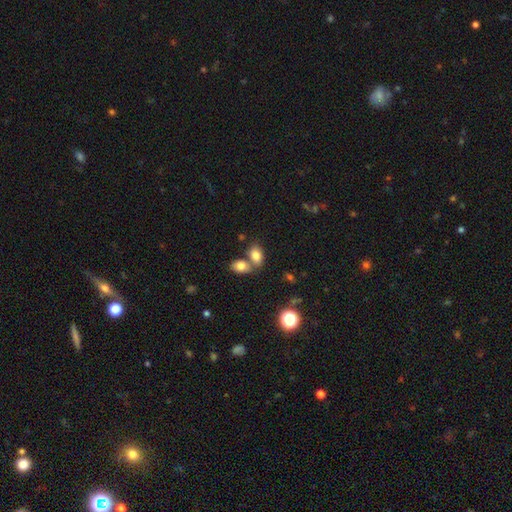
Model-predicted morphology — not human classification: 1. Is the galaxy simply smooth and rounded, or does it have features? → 80% smooth, 10% star or artifact, 10% featured or disk.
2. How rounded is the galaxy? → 85% in between, 14% round, 2% cigar-shaped.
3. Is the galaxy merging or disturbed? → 44% none, 43% merger, 10% minor disturbance, 3% major disturbance.